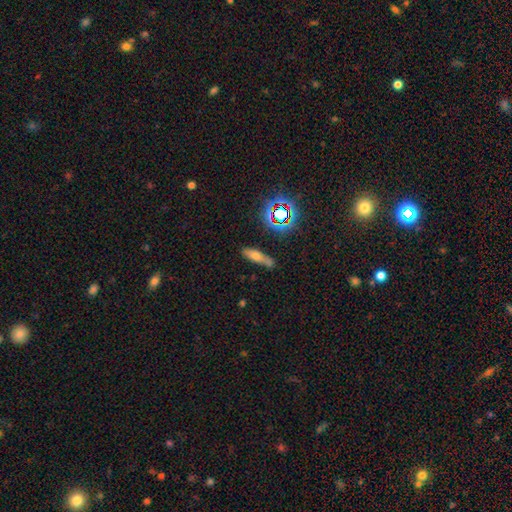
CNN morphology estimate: A smooth galaxy with no disk features (55%) that is cigar-shaped (63%). Merging: none (65%).